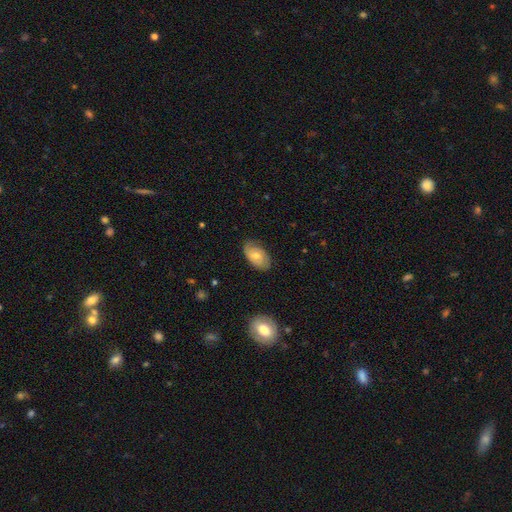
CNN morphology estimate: Smooth or featured: featured or disk — 50% (smooth — 42%)
Merging: none — 78% (minor disturbance — 17%)